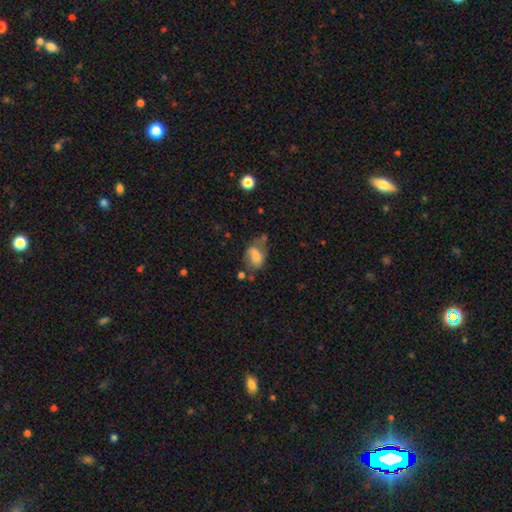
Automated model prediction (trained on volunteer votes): smooth-or-featured: smooth: 59% | featured or disk: 32% | star or artifact: 9%
  how-rounded: in between: 81% | round: 16% | cigar-shaped: 2%
  merging: none: 37% | minor disturbance: 29% | major disturbance: 24% | merger: 10%